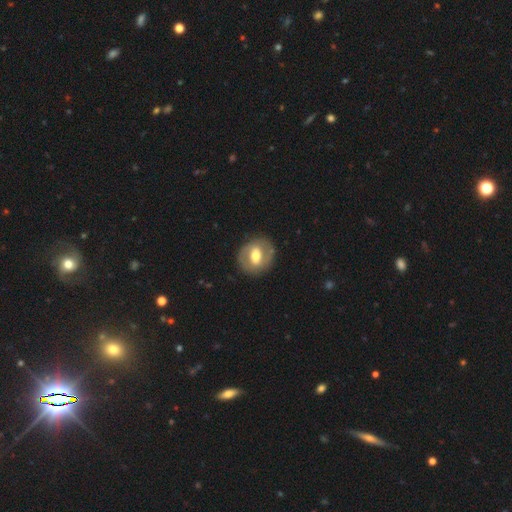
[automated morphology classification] This appears to be a featured or disk galaxy (57%) with a weak bar (43%), no spiral arms (52%) and a moderate central bulge (64%). Merging: none (83%).